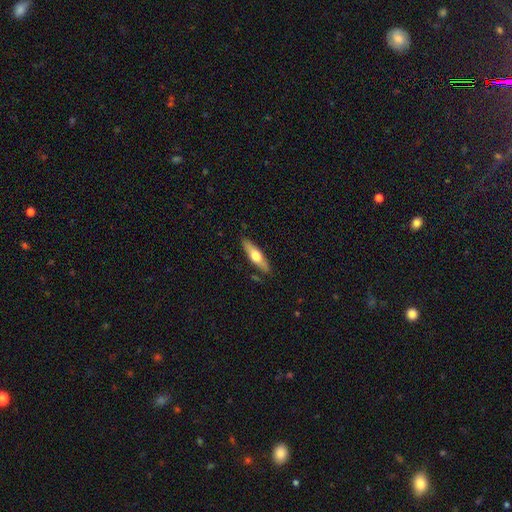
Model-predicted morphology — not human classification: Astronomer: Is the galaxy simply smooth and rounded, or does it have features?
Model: smooth — 48% (runner-up: featured or disk, 47%).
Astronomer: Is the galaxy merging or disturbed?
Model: none — 86%.